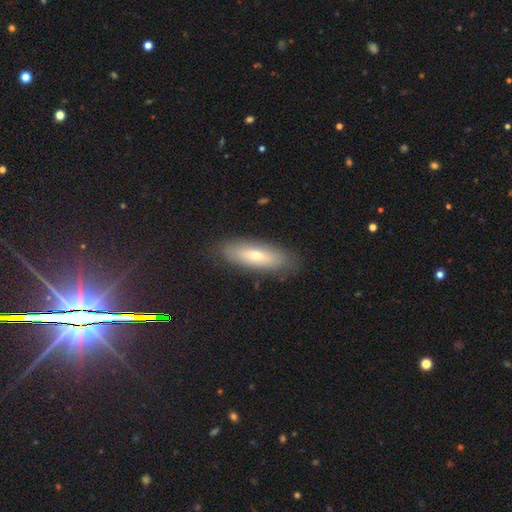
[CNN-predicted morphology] Smooth or featured? smooth (64%)
How rounded? in between (59%)
Merging? none (84%)